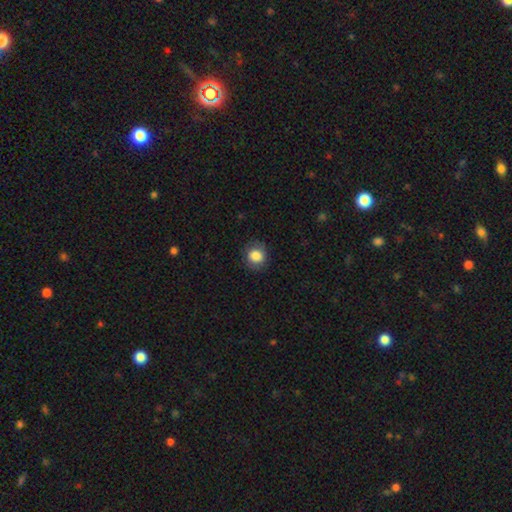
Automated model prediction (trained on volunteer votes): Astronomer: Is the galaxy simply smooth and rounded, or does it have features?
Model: smooth — 85%.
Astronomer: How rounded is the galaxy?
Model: round — 82%.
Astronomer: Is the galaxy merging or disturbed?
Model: none — 83%.